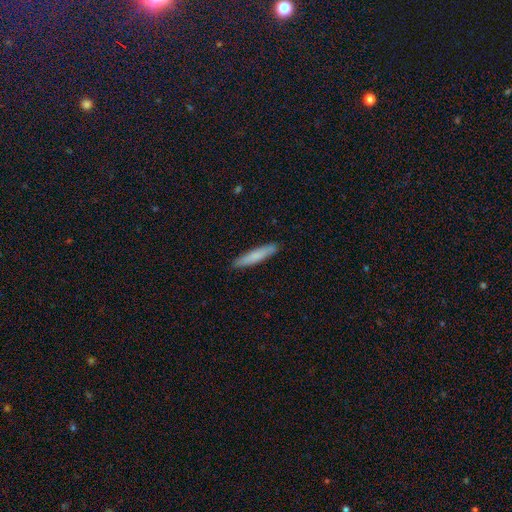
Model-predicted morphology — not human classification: Smooth or featured: smooth — 79% (featured or disk — 16%)
How rounded: cigar-shaped — 91% (in between — 8%)
Merging: none — 89% (minor disturbance — 8%)